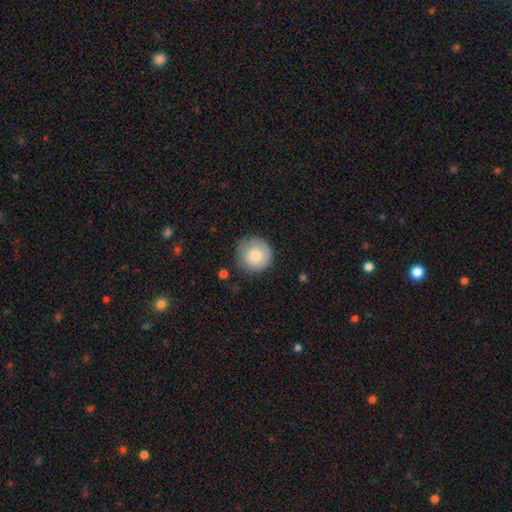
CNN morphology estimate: The model was most divided on "merging": none: 77%, minor disturbance: 17%, major disturbance: 4%, merger: 2%. More confident: how rounded — round (94%); smooth or featured — smooth (82%).